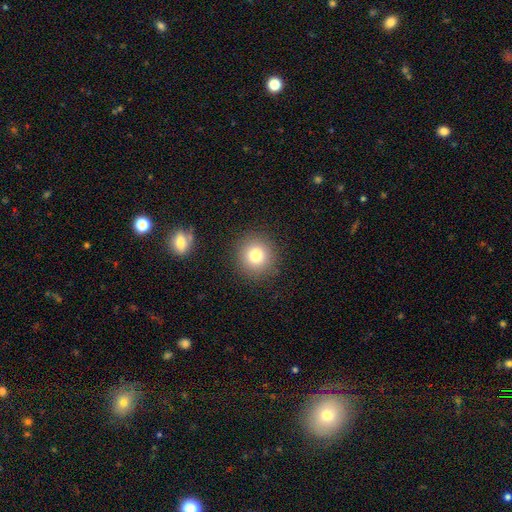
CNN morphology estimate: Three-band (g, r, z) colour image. It shows a smooth galaxy with no disk features (77%) that is round (91%). Merging: none (85%).